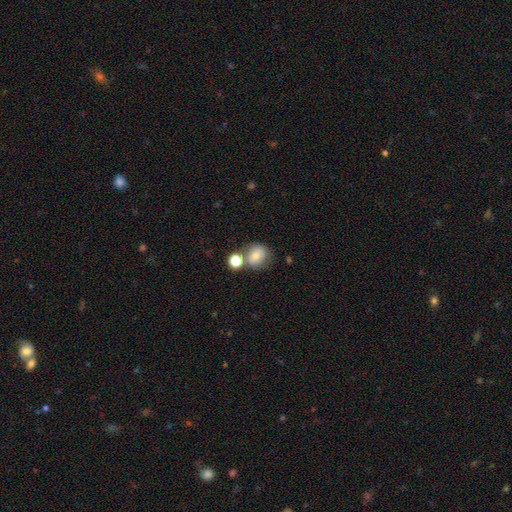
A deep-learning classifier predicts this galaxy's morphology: Smooth or featured? smooth (73%)
How rounded? round (76%)
Merging? none (53%)